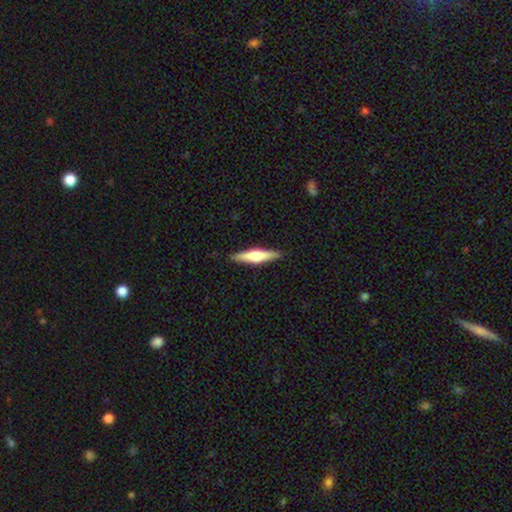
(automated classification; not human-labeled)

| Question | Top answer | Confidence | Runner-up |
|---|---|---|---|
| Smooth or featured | featured or disk | 54% | smooth (41%) |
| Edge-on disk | yes | 96% | no (4%) |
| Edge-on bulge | rounded | 88% | boxy (8%) |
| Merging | none | 90% | minor disturbance (7%) |